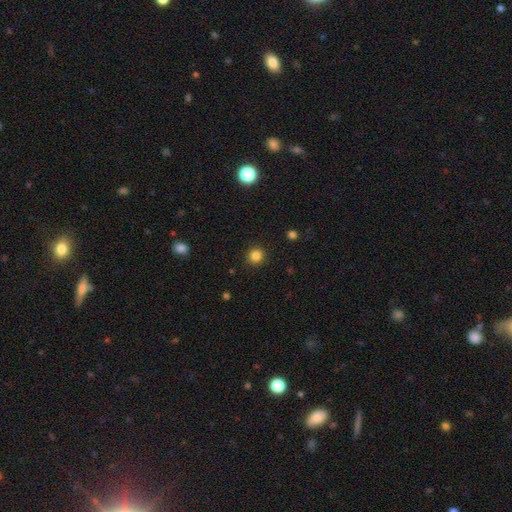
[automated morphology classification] The model was most divided on "smooth or featured": smooth: 84%, star or artifact: 12%, featured or disk: 4%. More confident: how rounded — round (92%); merging — none (91%).